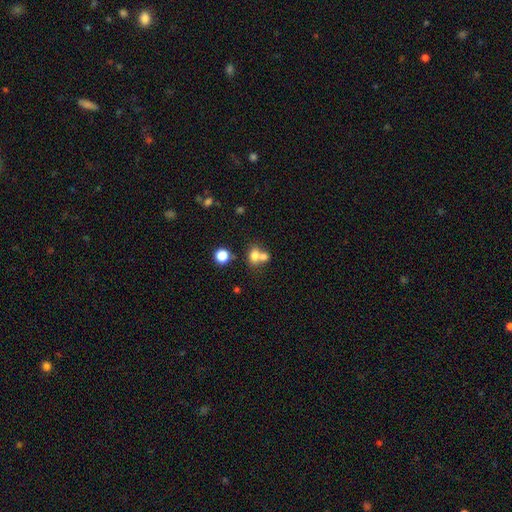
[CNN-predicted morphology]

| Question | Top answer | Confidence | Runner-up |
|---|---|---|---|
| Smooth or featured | smooth | 72% | featured or disk (15%) |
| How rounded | round | 57% | in between (41%) |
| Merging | merger | 58% | none (31%) |